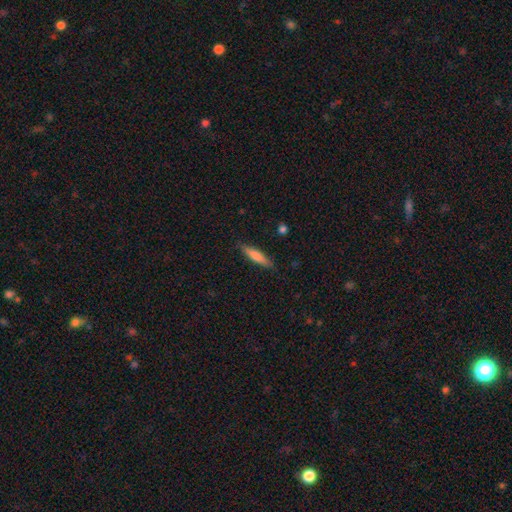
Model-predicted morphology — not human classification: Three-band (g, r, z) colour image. It shows a smooth galaxy with no disk features (64%) that is cigar-shaped (84%). Merging: none (87%).